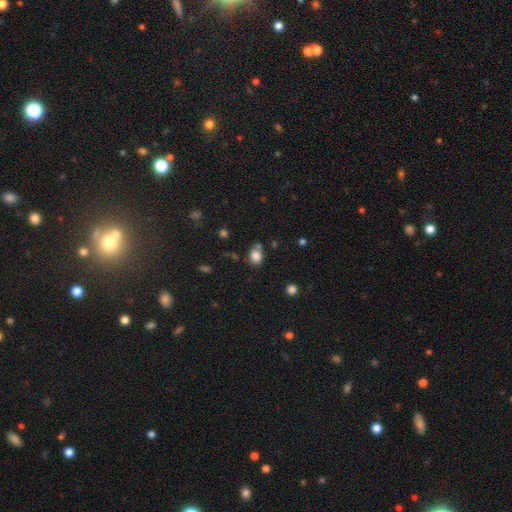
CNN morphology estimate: A smooth galaxy with no disk features (83%) that is round (51%). Merging: none (62%).